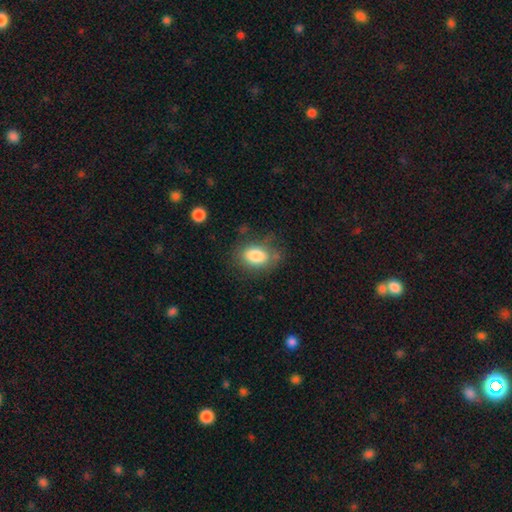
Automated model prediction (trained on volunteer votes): This appears to be a smooth galaxy with no disk features (82%) that is in between round and cigar-shaped (82%). Merging: none (63%).